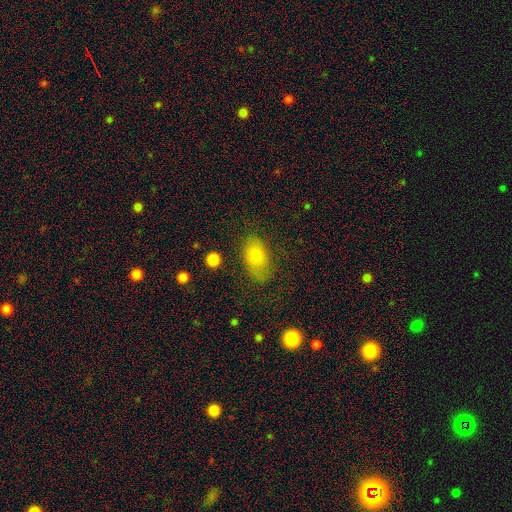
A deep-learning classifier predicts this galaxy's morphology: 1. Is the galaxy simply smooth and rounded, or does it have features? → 75% smooth, 15% featured or disk, 10% star or artifact.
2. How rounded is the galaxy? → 86% in between, 12% round, 2% cigar-shaped.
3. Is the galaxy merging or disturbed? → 69% none, 20% minor disturbance, 8% major disturbance, 2% merger.